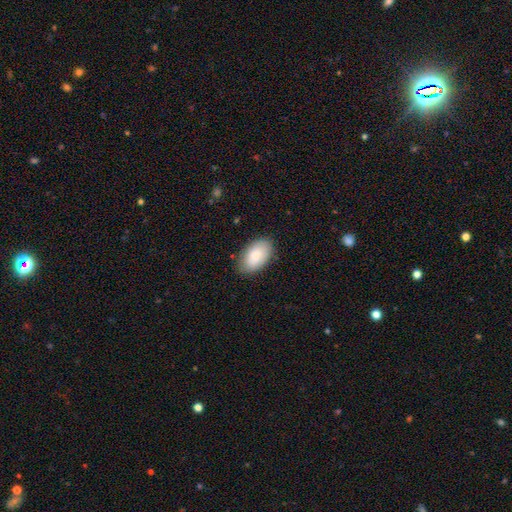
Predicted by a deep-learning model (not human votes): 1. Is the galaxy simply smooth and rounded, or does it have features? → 84% smooth, 10% featured or disk, 6% star or artifact.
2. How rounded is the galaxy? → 95% in between, 4% round, 1% cigar-shaped.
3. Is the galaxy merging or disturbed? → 83% none, 13% minor disturbance, 3% major disturbance, 1% merger.